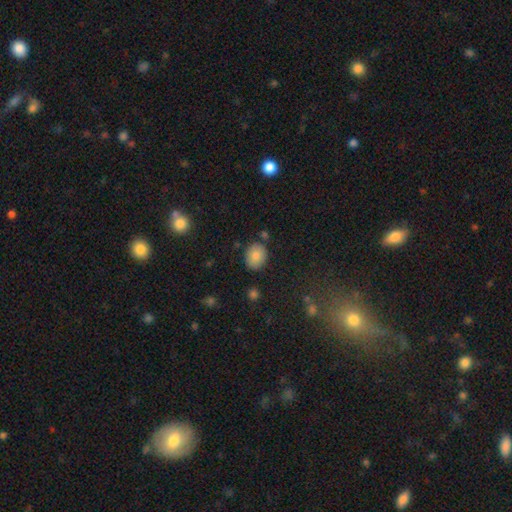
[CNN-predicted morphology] A smooth galaxy with no disk features (82%) that is round (51%). Merging: none (81%).